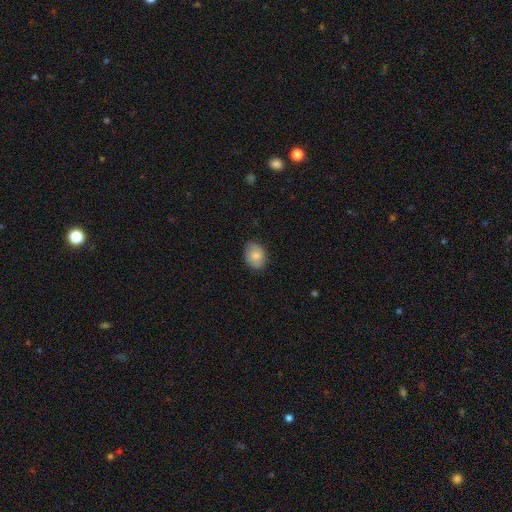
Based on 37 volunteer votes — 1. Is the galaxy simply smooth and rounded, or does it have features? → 84% smooth, 14% featured or disk, 3% star or artifact.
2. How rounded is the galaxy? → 68% in between, 32% round, 0% cigar-shaped.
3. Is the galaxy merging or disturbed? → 81% none, 17% minor disturbance, 3% major disturbance, 0% merger.